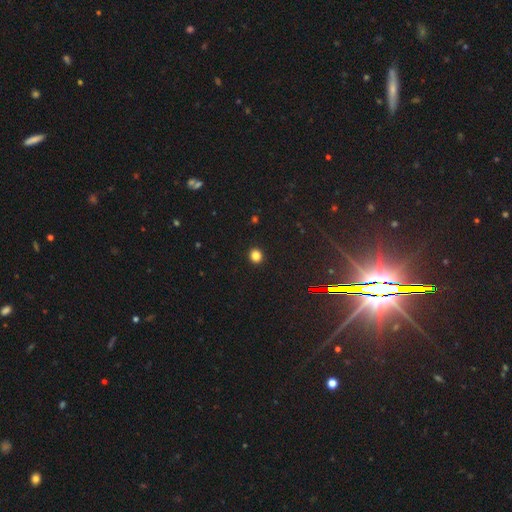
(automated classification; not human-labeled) A smooth galaxy with no disk features (82%) that is round (81%).

Vote fractions:
- Smooth or featured? smooth: 82% / star or artifact: 14% / featured or disk: 4%
- How rounded? round: 81% / in between: 18% / cigar-shaped: 1%
- Merging? none: 93% / minor disturbance: 5% / major disturbance: 2% / merger: 1%